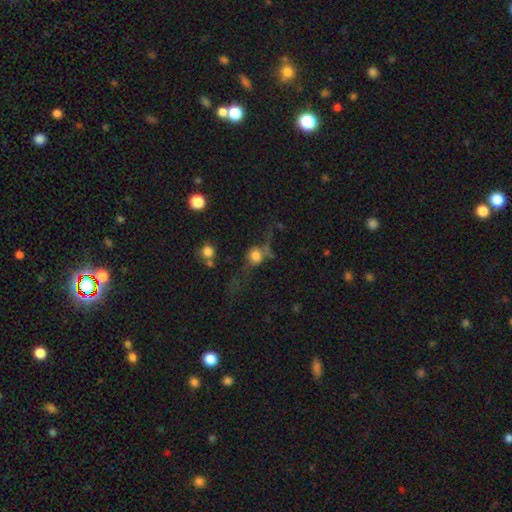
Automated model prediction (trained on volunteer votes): smooth 50%, featured or disk 34%, star or artifact 16%. Down the decision tree: how rounded — round (74%); merging — none (47%).